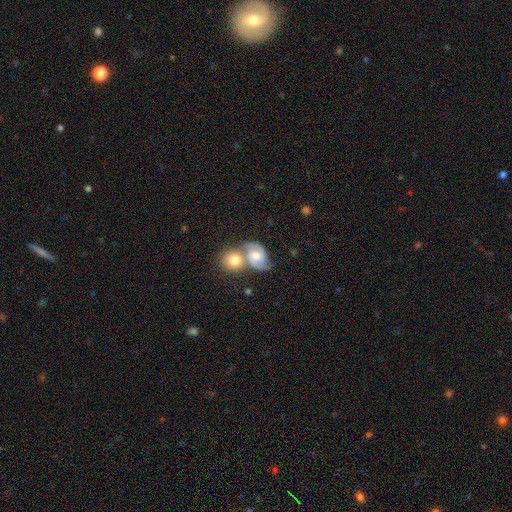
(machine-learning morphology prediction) This is likely a featured or disk galaxy (62%). It is clearly not viewed edge-on (97%). Bar: possibly no (55%). Spiral arm pattern: clearly yes (91%). Spiral arm count: clearly 2 (88%). Spiral winding: possibly medium (53%). Central bulge: possibly moderate (57%). Merging: possibly merger (57%).